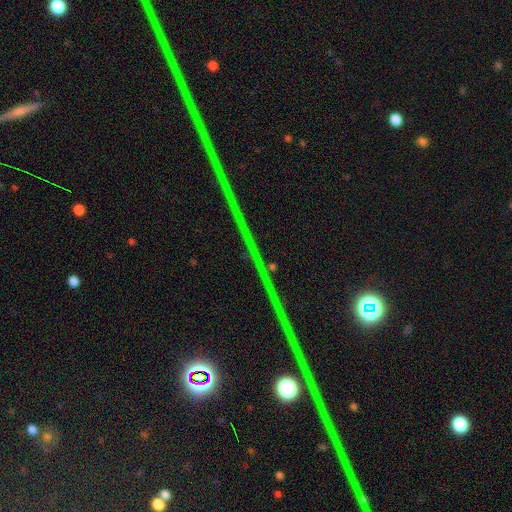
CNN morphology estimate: smooth-or-featured: star or artifact: 84% | featured or disk: 9% | smooth: 7%